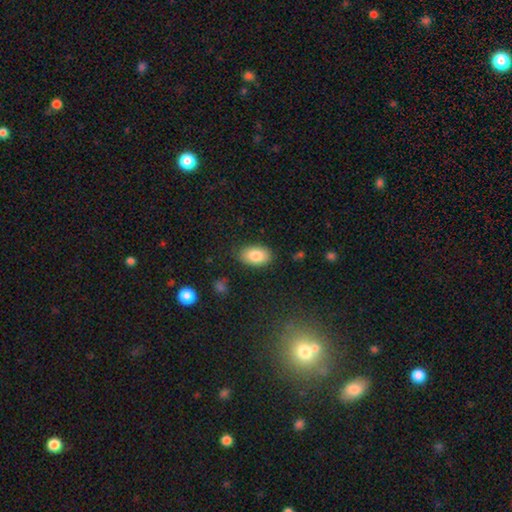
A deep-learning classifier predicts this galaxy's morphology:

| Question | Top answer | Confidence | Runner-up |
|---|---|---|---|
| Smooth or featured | smooth | 85% | featured or disk (7%) |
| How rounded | in between | 92% | round (7%) |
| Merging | none | 83% | minor disturbance (12%) |